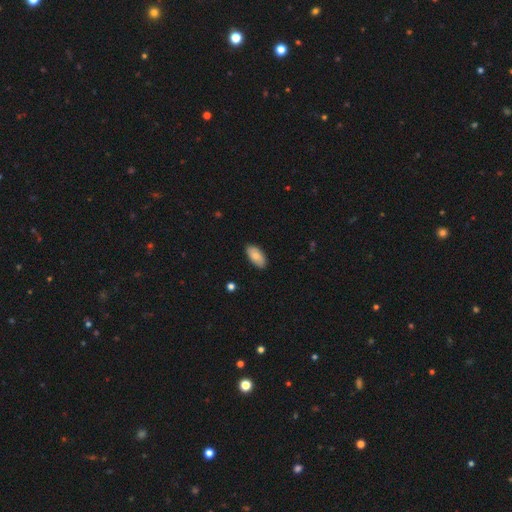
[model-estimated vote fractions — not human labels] A smooth galaxy with no disk features (80%) that is in between round and cigar-shaped (92%).

Vote fractions:
- Smooth or featured? smooth: 80% / featured or disk: 14% / star or artifact: 6%
- How rounded? in between: 92% / cigar-shaped: 5% / round: 2%
- Merging? none: 87% / minor disturbance: 10% / major disturbance: 2% / merger: 1%